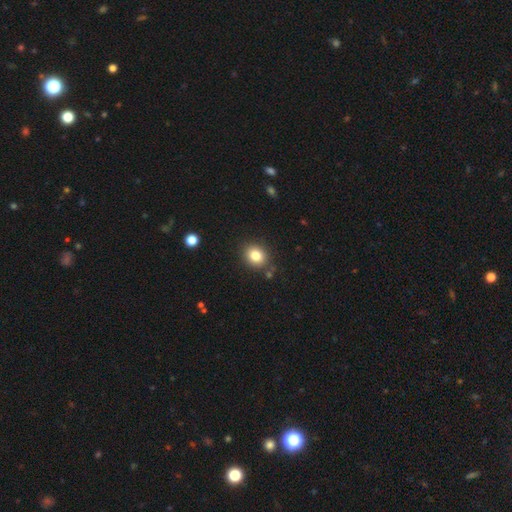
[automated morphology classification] smooth 82%, star or artifact 11%, featured or disk 8%. Down the decision tree: how rounded — round (66%); merging — none (85%).